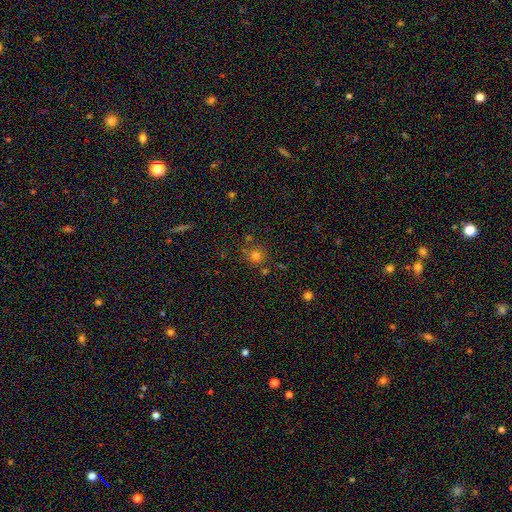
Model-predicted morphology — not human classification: The model was most divided on "smooth or featured": smooth: 73%, star or artifact: 19%, featured or disk: 8%. More confident: how rounded — round (90%); merging — none (74%).